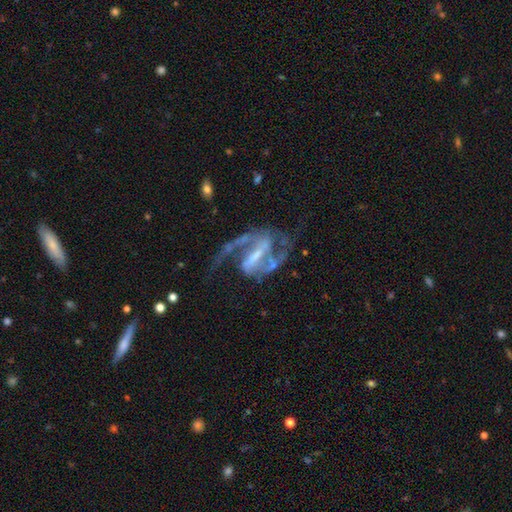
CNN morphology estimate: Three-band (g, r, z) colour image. It shows a featured or disk galaxy (91%) with a strong bar (61%), 2 (90%) medium (56%) spiral arms (97%) and a small central bulge (44%). Merging: none (61%).